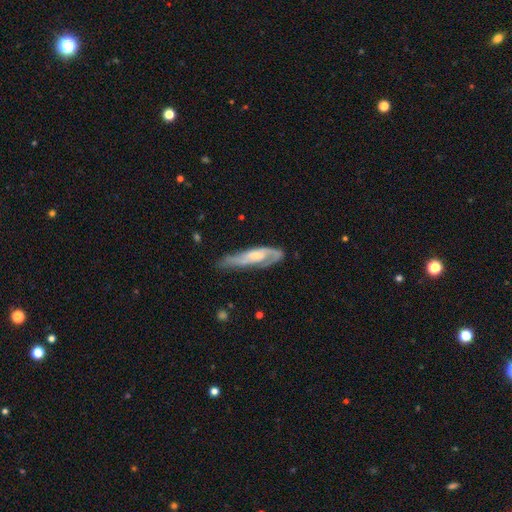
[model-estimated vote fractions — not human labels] Smooth or featured?
  - featured or disk: 72% *
  - smooth: 23%
  - star or artifact: 5%
Edge-on disk?
  - no: 76% *
  - yes: 24%
Bar?
  - no: 56% *
  - weak: 34%
  - strong: 10%
Spiral arms?
  - yes: 89% *
  - no: 11%
Bulge size?
  - small: 42% *
  - moderate: 41%
  - none: 10%
  - large: 6%
  - dominant: 1%
Merging?
  - none: 50% *
  - minor disturbance: 29%
  - major disturbance: 17%
  - merger: 3%